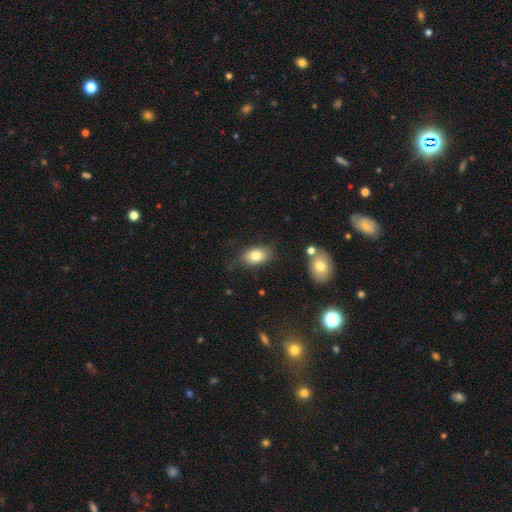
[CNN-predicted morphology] Q: Smooth or featured?
A: smooth (80%); runner-up: featured or disk (11%)
Q: How rounded?
A: in between (87%); runner-up: round (11%)
Q: Merging?
A: none (76%); runner-up: minor disturbance (16%)